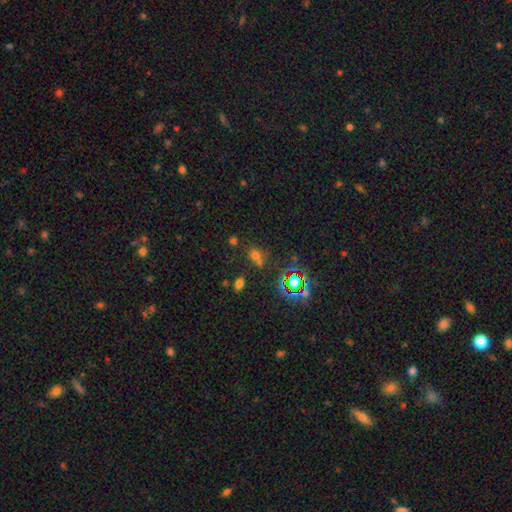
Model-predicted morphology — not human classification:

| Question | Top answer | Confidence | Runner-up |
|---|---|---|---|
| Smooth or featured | smooth | 47% | star or artifact (42%) |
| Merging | none | 53% | merger (32%) |